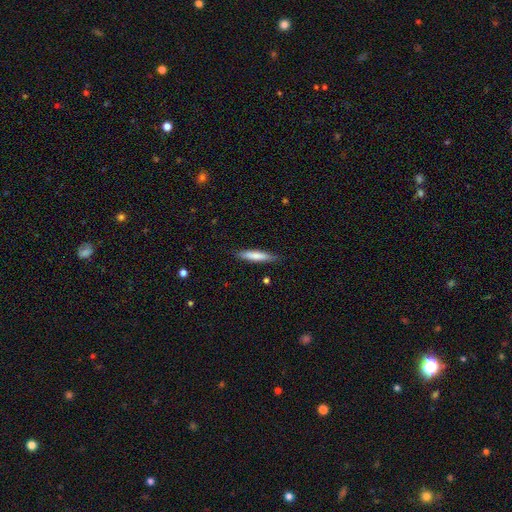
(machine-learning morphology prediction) Smooth or featured: smooth — 73% (featured or disk — 21%)
How rounded: cigar-shaped — 88% (in between — 11%)
Merging: none — 86% (minor disturbance — 11%)